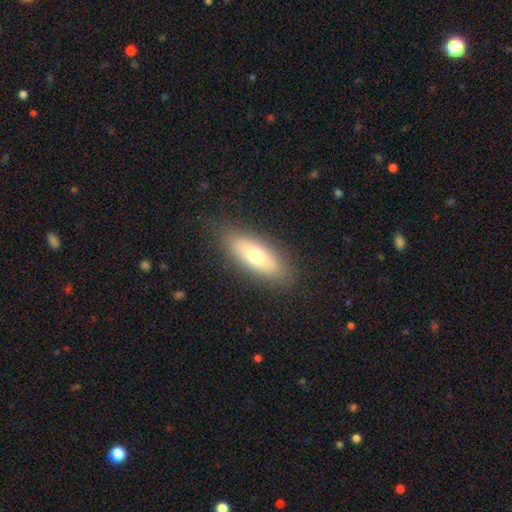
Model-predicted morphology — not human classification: This is likely a smooth galaxy (65%). How rounded: likely in between (72%). Merging: clearly none (86%).